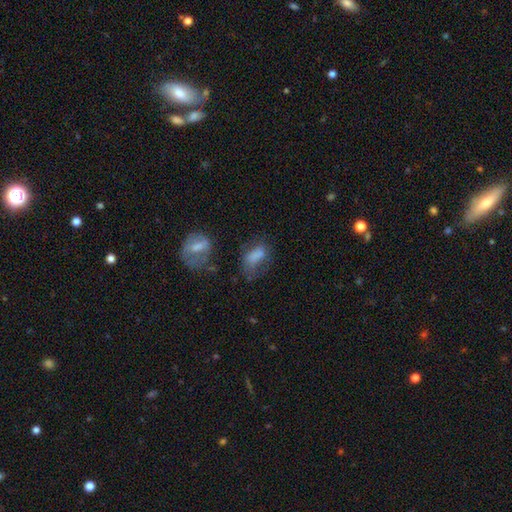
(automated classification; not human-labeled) smooth-or-featured: smooth: 69% | featured or disk: 18% | star or artifact: 12%
  how-rounded: in between: 84% | round: 10% | cigar-shaped: 7%
  merging: none: 36% | major disturbance: 29% | minor disturbance: 26% | merger: 10%